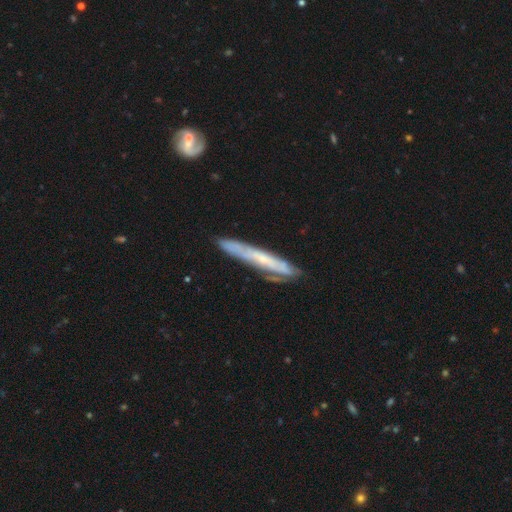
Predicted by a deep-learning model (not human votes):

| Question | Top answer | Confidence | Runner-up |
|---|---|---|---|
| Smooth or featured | featured or disk | 59% | smooth (33%) |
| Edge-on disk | yes | 76% | no (24%) |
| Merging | none | 74% | minor disturbance (18%) |